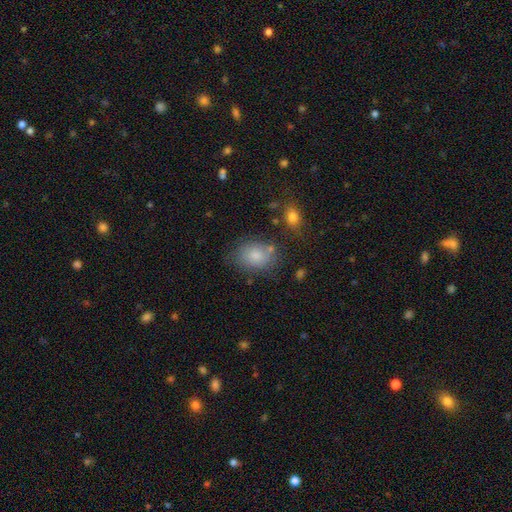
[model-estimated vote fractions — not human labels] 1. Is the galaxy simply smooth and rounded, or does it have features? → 81% smooth, 10% featured or disk, 9% star or artifact.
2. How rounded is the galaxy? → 66% in between, 33% round, 1% cigar-shaped.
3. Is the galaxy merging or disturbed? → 66% none, 20% minor disturbance, 8% merger, 7% major disturbance.